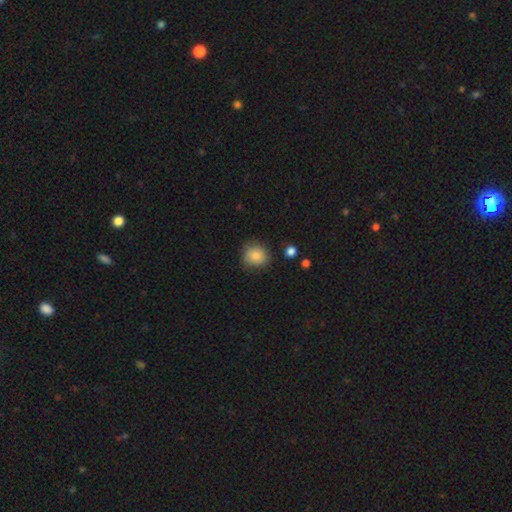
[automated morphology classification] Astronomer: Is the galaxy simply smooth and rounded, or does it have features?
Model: smooth — 84%.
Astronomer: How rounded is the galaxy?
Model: round — 82%.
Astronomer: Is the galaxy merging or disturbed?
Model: none — 78%.